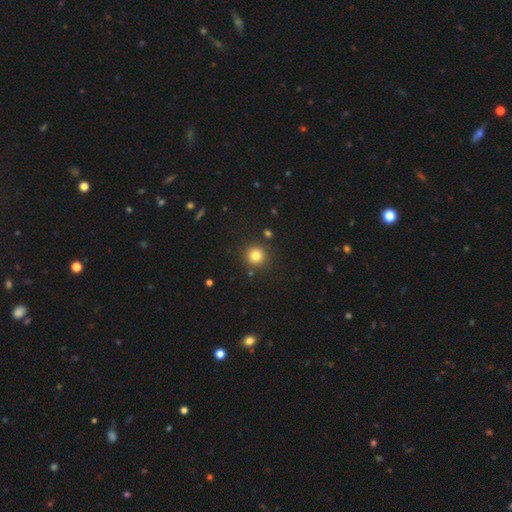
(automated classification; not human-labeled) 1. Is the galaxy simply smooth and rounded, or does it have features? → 80% smooth, 13% star or artifact, 6% featured or disk.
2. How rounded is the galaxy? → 95% round, 4% in between, 1% cigar-shaped.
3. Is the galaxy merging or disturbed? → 89% none, 6% minor disturbance, 3% merger, 2% major disturbance.